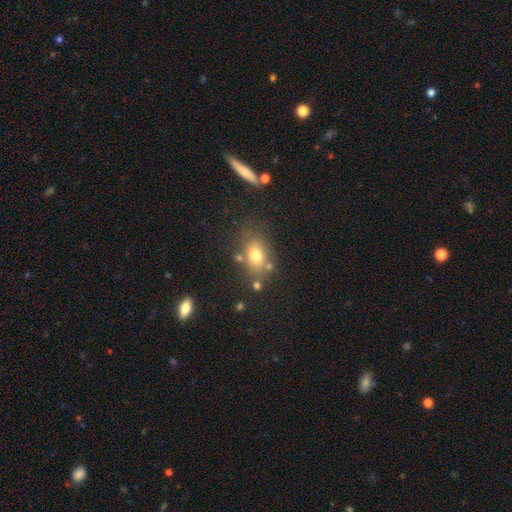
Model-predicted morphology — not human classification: This appears to be a smooth galaxy with no disk features (74%) that is in between round and cigar-shaped (72%). Merging: none (70%).